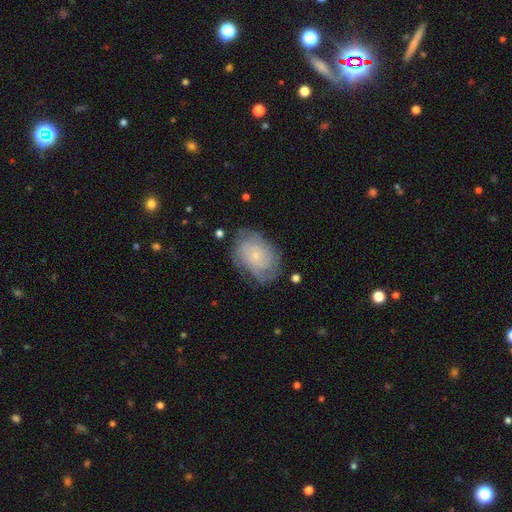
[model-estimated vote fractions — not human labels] smooth_or_featured: featured or disk (p=0.68) [alt: smooth p=0.25]
disk_edge_on: no (p=0.97) [alt: yes p=0.03]
bar: no (p=0.81) [alt: weak p=0.17]
has_spiral_arms: yes (p=0.90) [alt: no p=0.10]
spiral_winding: tight (p=0.62) [alt: medium p=0.29]
spiral_arm_count: can't tell (p=0.43) [alt: 2 p=0.18]
bulge_size: small (p=0.81) [alt: moderate p=0.13]
merging: none (p=0.67) [alt: minor disturbance p=0.22]